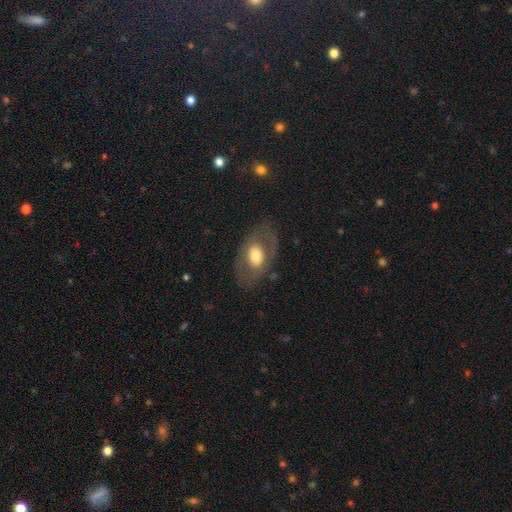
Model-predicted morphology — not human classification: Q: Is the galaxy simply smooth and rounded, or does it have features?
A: smooth — 52%.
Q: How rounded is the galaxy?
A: in between — 84%.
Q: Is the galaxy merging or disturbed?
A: none — 76%.